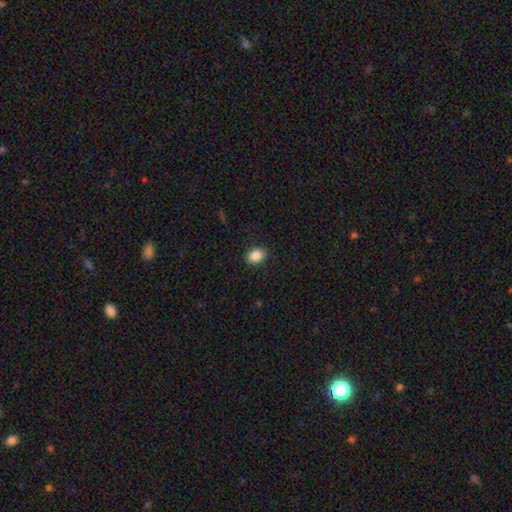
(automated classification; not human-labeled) This is clearly a smooth galaxy (86%). How rounded: likely in between (71%). Merging: clearly none (88%).